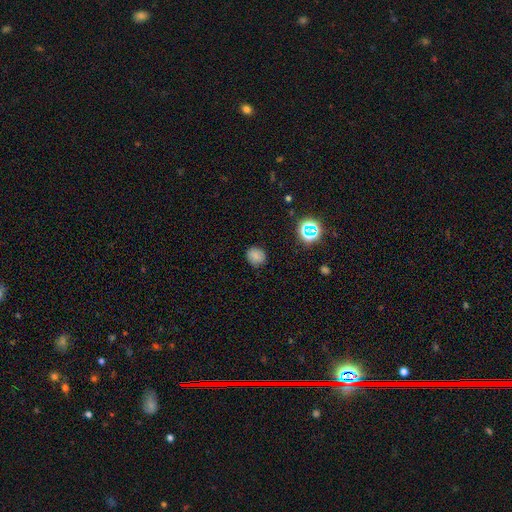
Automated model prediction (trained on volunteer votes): The model was most divided on "smooth or featured": smooth: 78%, star or artifact: 16%, featured or disk: 6%. More confident: merging — none (85%); how rounded — round (81%).